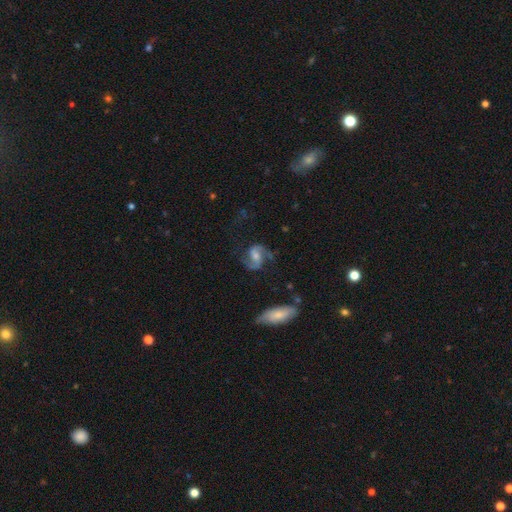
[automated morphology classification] type=featured or disk (85%); edge-on=no (97%); bar=weak (46%); spiral arms=yes (97%); winding=medium (50%); arm count=2 (93%); bulge=moderate (43%); merging=none (72%).